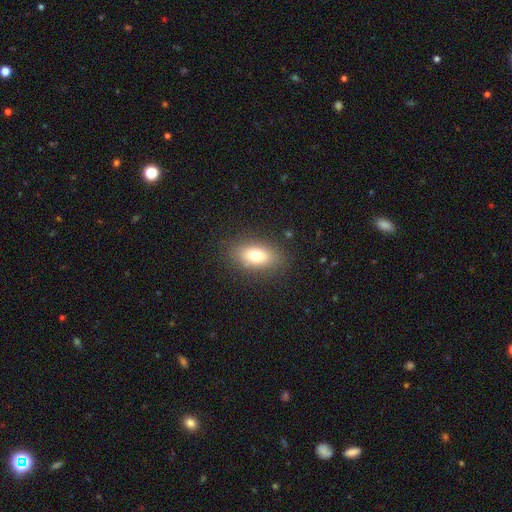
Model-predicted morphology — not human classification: Smooth or featured? Predicted: smooth (p=0.73). How rounded? Predicted: in between (p=0.83). Merging? Predicted: none (p=0.84).